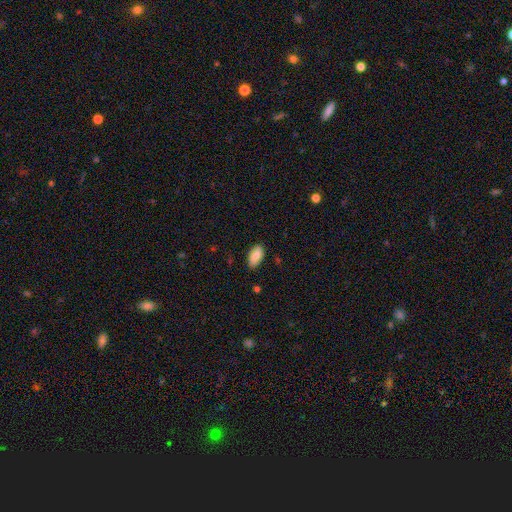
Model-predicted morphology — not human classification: Smooth or featured? Predicted: smooth (p=0.83). How rounded? Predicted: in between (p=0.93). Merging? Predicted: none (p=0.81).